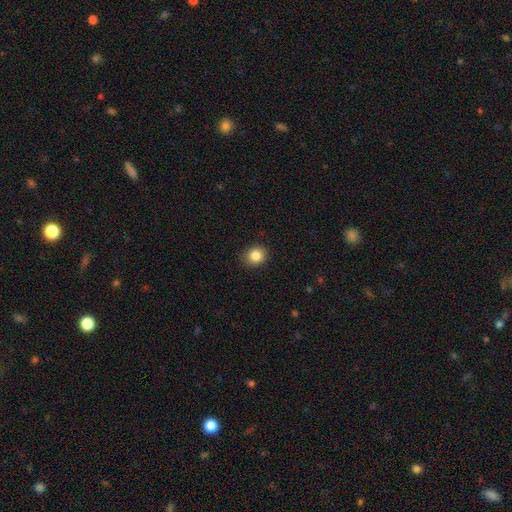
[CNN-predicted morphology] Smooth or featured? Predicted: smooth (p=0.85). How rounded? Predicted: round (p=0.73). Merging? Predicted: none (p=0.89).